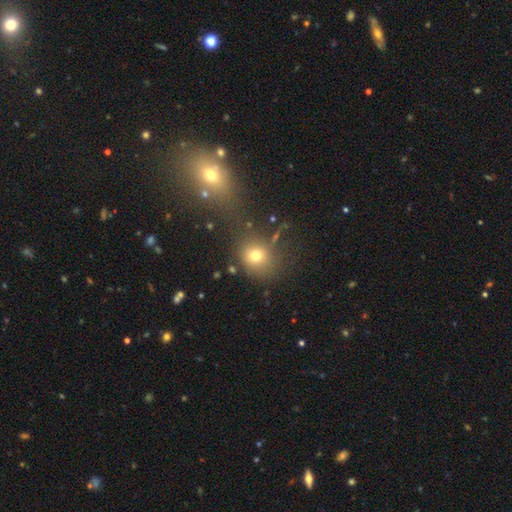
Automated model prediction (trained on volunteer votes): smooth-or-featured: smooth: 72% | star or artifact: 17% | featured or disk: 11%
  how-rounded: round: 75% | in between: 24% | cigar-shaped: 1%
  merging: none: 67% | minor disturbance: 13% | merger: 12% | major disturbance: 8%